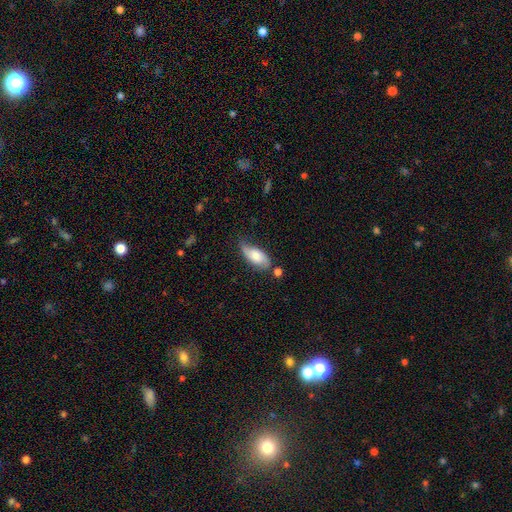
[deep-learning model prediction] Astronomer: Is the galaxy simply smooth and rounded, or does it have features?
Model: smooth — 57% (runner-up: featured or disk, 36%).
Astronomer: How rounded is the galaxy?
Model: in between — 85%.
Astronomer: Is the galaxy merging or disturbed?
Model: none — 53% (runner-up: minor disturbance, 31%).